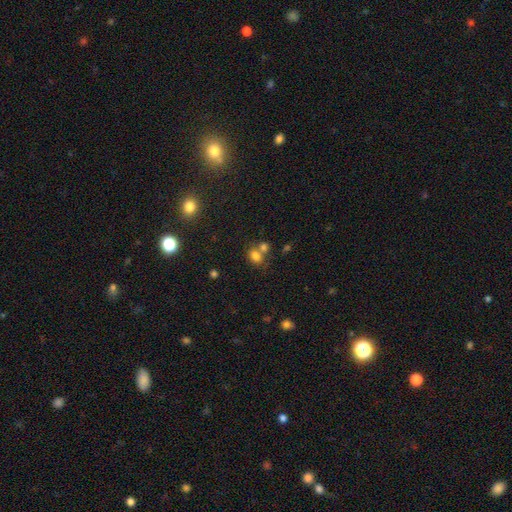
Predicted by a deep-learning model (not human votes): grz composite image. It shows a smooth galaxy with no disk features (77%) that is round (50%). Merging: none (44%).